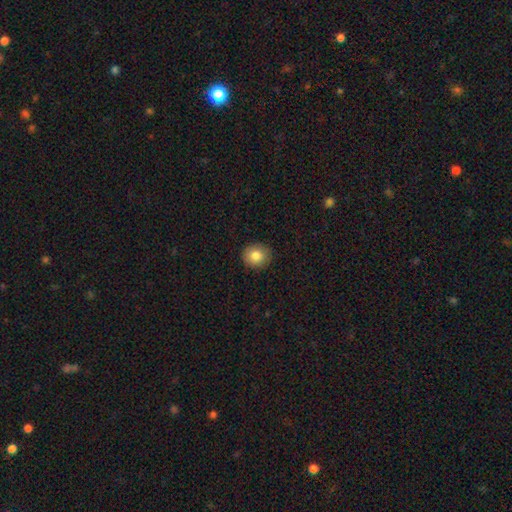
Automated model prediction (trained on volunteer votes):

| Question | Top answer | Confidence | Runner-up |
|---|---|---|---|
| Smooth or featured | smooth | 83% | star or artifact (9%) |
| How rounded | round | 80% | in between (19%) |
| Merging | none | 90% | minor disturbance (7%) |